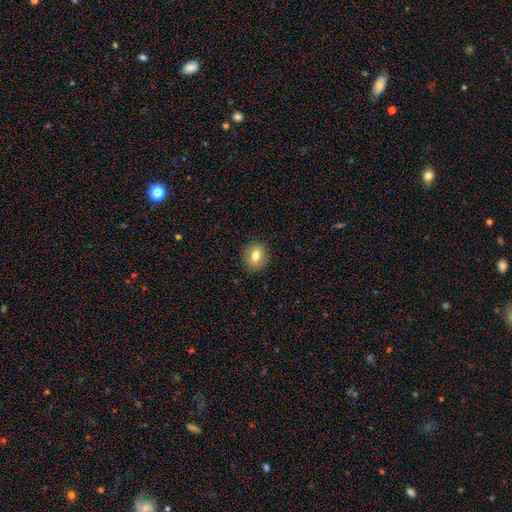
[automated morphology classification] Smooth or featured? smooth (79%)
How rounded? round (71%)
Merging? none (89%)